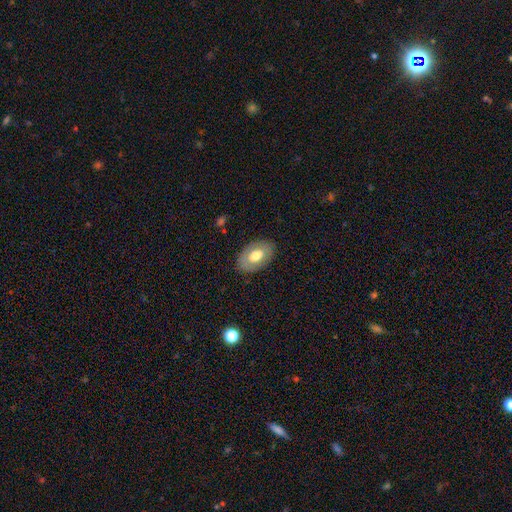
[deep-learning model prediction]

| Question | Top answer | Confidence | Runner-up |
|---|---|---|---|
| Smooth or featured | smooth | 62% | featured or disk (31%) |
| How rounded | in between | 90% | round (9%) |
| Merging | none | 84% | minor disturbance (12%) |